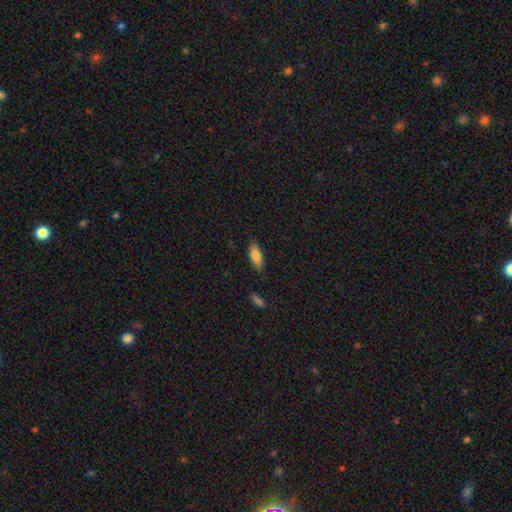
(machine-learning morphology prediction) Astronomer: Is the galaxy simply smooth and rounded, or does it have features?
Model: smooth — 80%.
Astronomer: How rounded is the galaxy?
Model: in between — 67%.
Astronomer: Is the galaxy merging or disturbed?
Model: none — 83%.